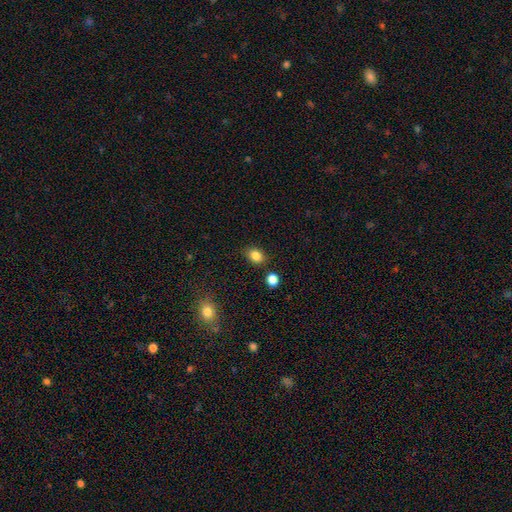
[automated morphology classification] Q: Smooth or featured?
A: smooth (84%); runner-up: star or artifact (11%)
Q: How rounded?
A: in between (63%); runner-up: round (36%)
Q: Merging?
A: none (82%); runner-up: minor disturbance (11%)